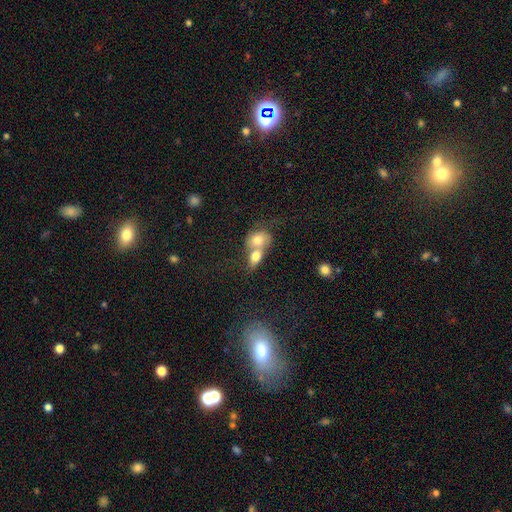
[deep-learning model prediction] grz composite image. It shows a smooth galaxy with no disk features (72%) that is in between round and cigar-shaped (57%). Merging: merger (76%).